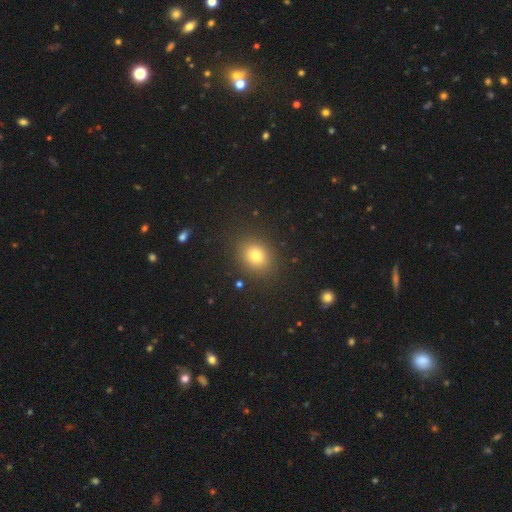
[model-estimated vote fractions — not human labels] Smooth or featured: smooth — 77% (star or artifact — 14%)
How rounded: round — 55% (in between — 44%)
Merging: none — 88% (minor disturbance — 8%)